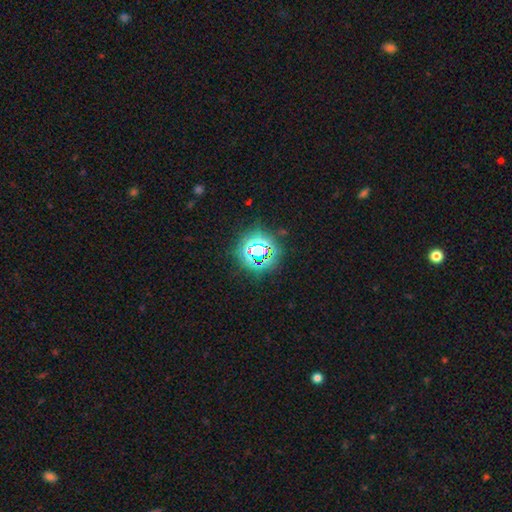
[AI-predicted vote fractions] smooth_or_featured: star or artifact (p=0.75) [alt: smooth p=0.16]